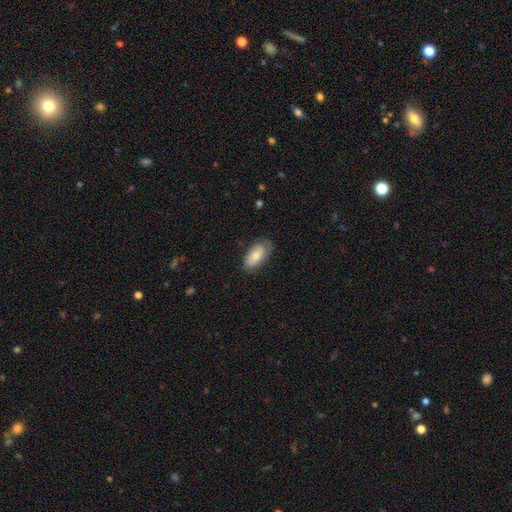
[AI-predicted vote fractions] Q: Smooth or featured?
A: smooth (69%); runner-up: featured or disk (25%)
Q: How rounded?
A: in between (92%); runner-up: cigar-shaped (5%)
Q: Merging?
A: none (74%); runner-up: minor disturbance (20%)